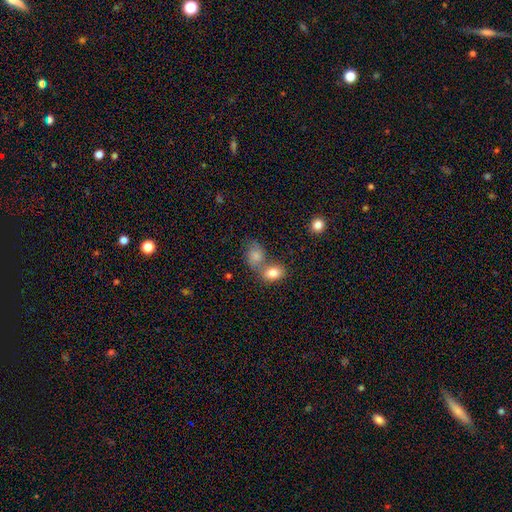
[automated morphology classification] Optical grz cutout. It shows a smooth galaxy with no disk features (73%) that is in between round and cigar-shaped (65%). Merging: merger (46%).